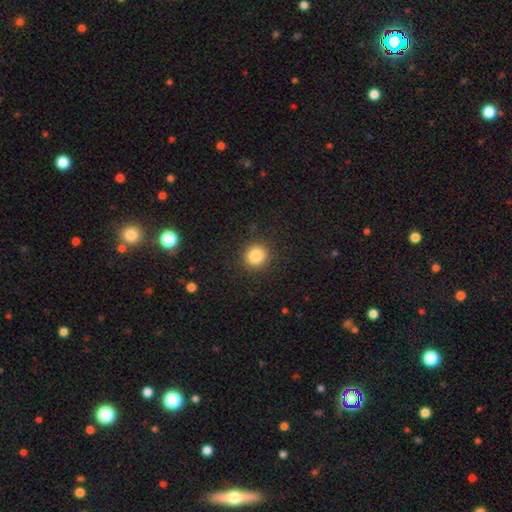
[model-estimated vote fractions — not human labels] smooth_or_featured: smooth (p=0.84) [alt: star or artifact p=0.11]
how_rounded: round (p=0.90) [alt: in between p=0.09]
merging: none (p=0.90) [alt: minor disturbance p=0.07]